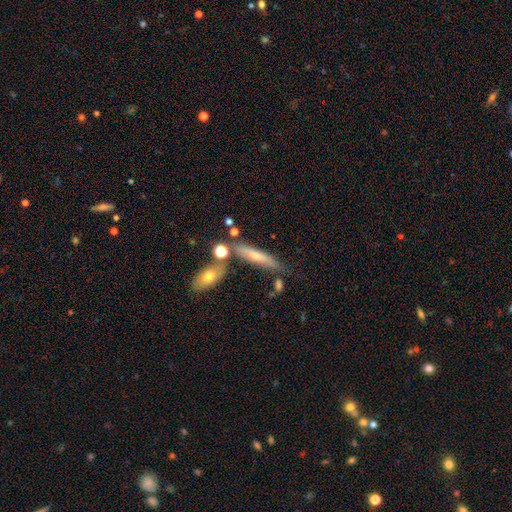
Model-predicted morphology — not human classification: Smooth or featured?
  - smooth: 50% *
  - featured or disk: 41%
  - star or artifact: 8%
How rounded?
  - cigar-shaped: 80% *
  - in between: 17%
  - round: 3%
Merging?
  - none: 62% *
  - minor disturbance: 17%
  - merger: 16%
  - major disturbance: 6%